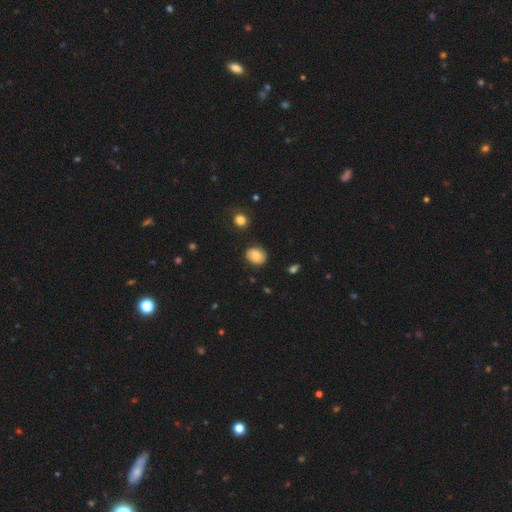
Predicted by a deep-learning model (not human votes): Smooth or featured? smooth (76%)
How rounded? round (57%)
Merging? none (83%)